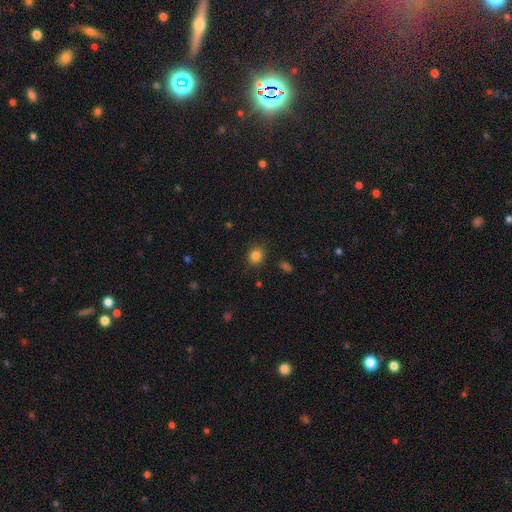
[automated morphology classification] Overall: smooth (84%). How rounded: round (70%). Merging: none (87%).